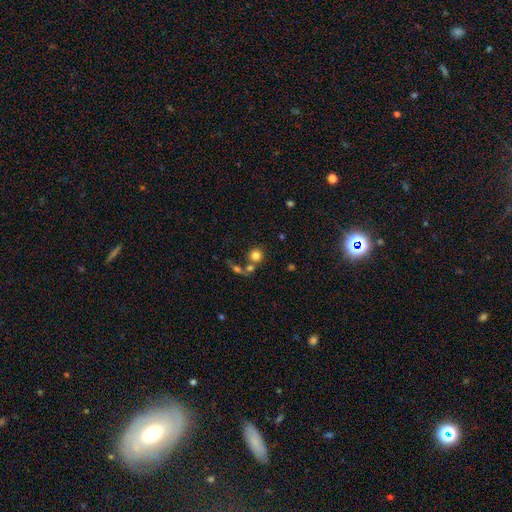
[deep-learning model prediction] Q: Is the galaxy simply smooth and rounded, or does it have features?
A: smooth — 79%.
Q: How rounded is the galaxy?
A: round — 91%.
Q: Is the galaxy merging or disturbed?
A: none — 61%.